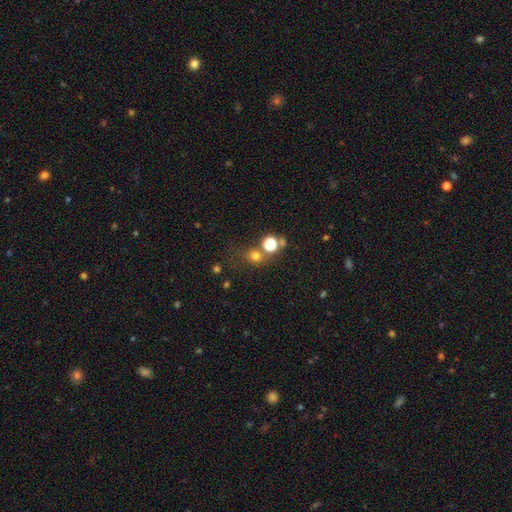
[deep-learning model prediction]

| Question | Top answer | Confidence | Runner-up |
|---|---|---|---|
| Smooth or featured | smooth | 68% | star or artifact (23%) |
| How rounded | round | 82% | in between (17%) |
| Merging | none | 62% | merger (21%) |